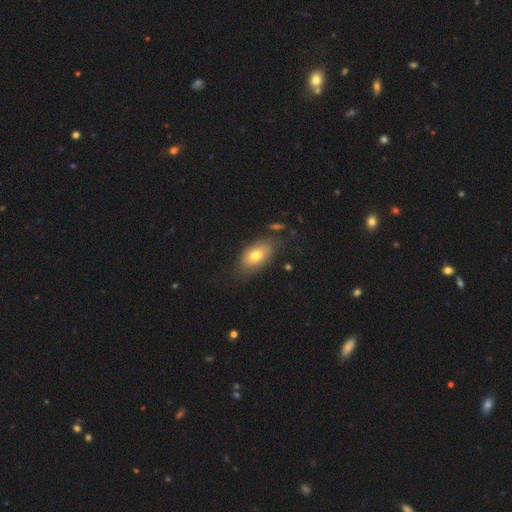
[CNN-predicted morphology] smooth 73%, featured or disk 18%, star or artifact 8%. Down the decision tree: how rounded — in between (88%); merging — none (74%).